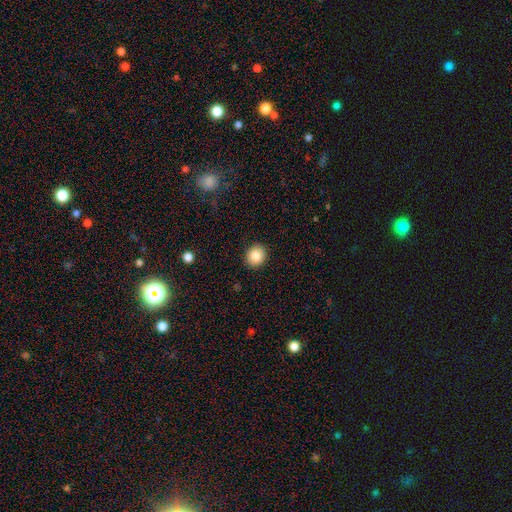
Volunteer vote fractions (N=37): Morphology: type=smooth (89%); roundness=round (76%); merging=none (97%).